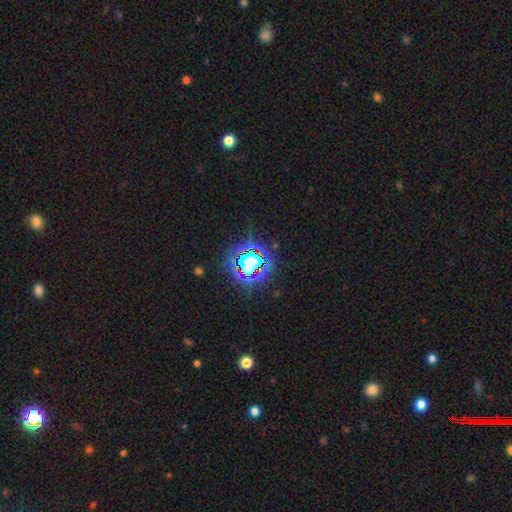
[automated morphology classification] A star or artifact, not a galaxy (74%).